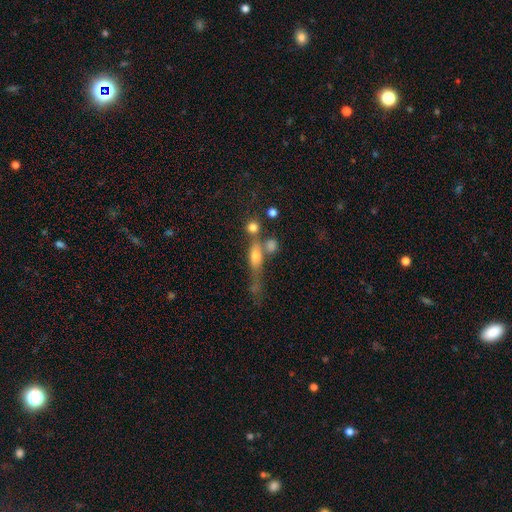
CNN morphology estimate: smooth 51%, featured or disk 34%, star or artifact 14%. Down the decision tree: how rounded — cigar-shaped (44%); merging — none (36%).